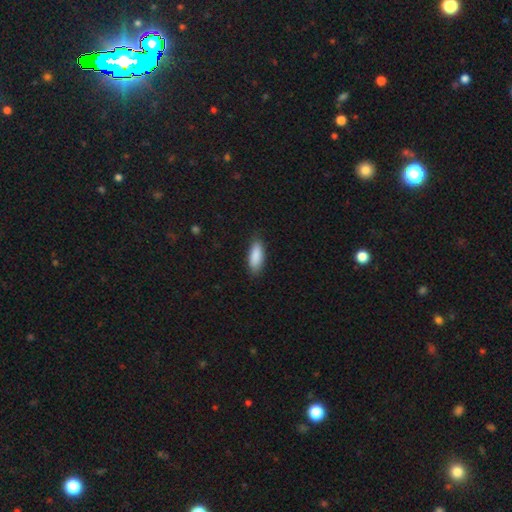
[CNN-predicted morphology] Smooth or featured: smooth — 89% (star or artifact — 6%)
How rounded: in between — 73% (cigar-shaped — 25%)
Merging: none — 84% (minor disturbance — 13%)